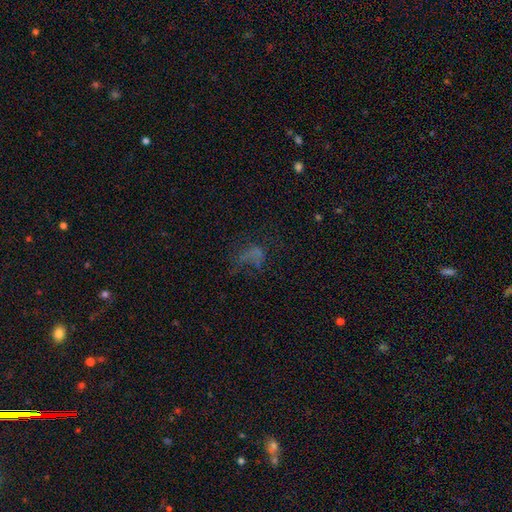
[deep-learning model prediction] The model was most divided on "merging": none: 40%, major disturbance: 38%, minor disturbance: 16%, merger: 6%. Remaining: smooth or featured — smooth (36%).